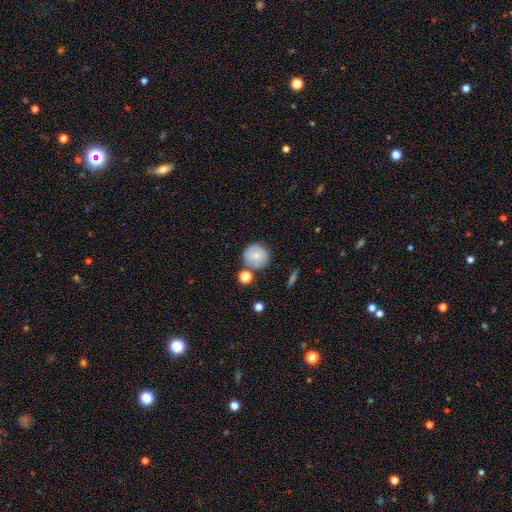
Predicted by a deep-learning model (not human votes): smooth 78%, featured or disk 13%, star or artifact 9%. Down the decision tree: how rounded — round (93%); merging — none (70%).